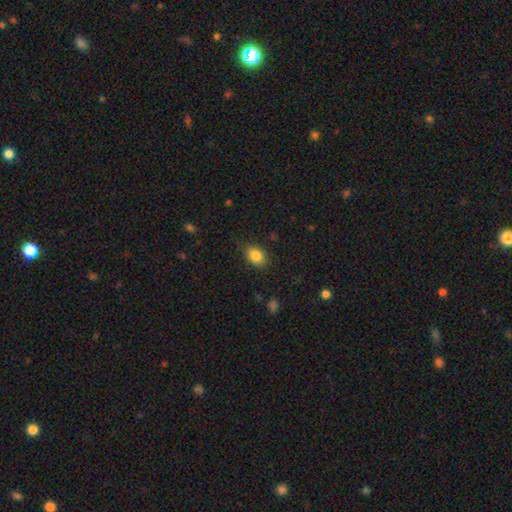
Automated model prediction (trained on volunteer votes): Smooth or featured? smooth (84%)
How rounded? in between (73%)
Merging? none (81%)